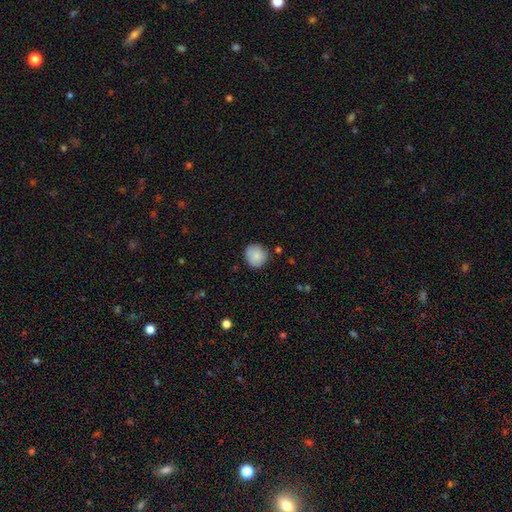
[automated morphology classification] The model was most divided on "merging": none: 80%, minor disturbance: 14%, major disturbance: 3%, merger: 2%. More confident: how rounded — round (89%); smooth or featured — smooth (84%).